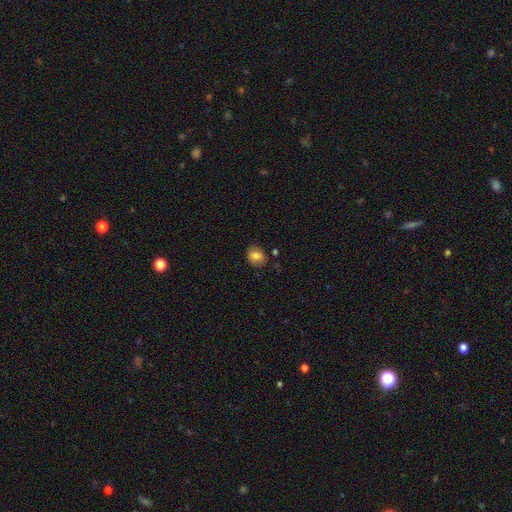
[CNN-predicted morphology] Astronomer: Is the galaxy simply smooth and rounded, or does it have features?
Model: smooth — 79%.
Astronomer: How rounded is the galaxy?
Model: round — 53% (runner-up: in between, 45%).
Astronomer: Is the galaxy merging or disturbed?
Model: none — 81%.